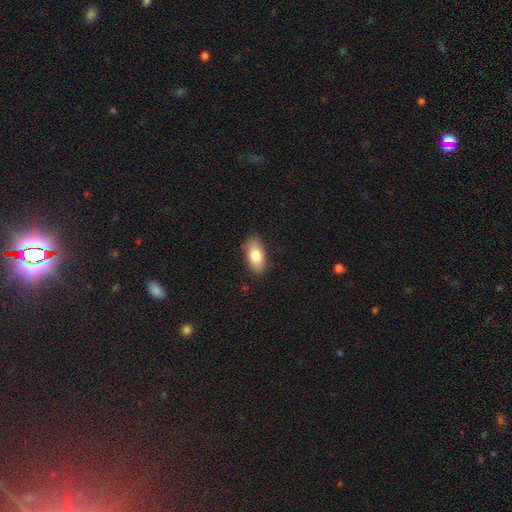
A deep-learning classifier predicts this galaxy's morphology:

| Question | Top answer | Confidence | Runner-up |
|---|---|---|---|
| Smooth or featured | smooth | 81% | featured or disk (13%) |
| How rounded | in between | 90% | cigar-shaped (5%) |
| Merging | none | 85% | minor disturbance (11%) |